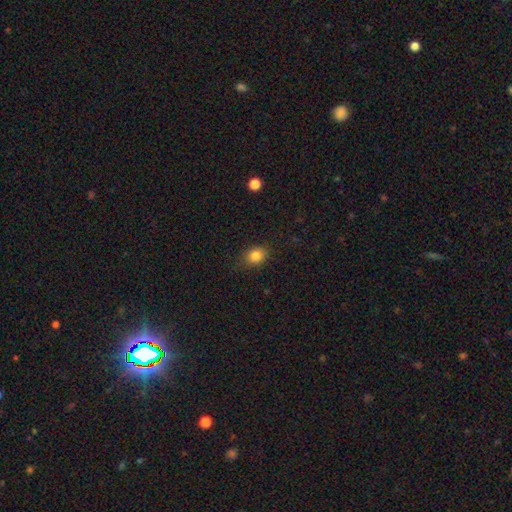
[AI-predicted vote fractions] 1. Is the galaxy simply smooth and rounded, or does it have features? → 83% smooth, 11% star or artifact, 6% featured or disk.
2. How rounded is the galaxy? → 56% in between, 42% round, 1% cigar-shaped.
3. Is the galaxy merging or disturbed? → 79% none, 16% minor disturbance, 4% major disturbance, 1% merger.